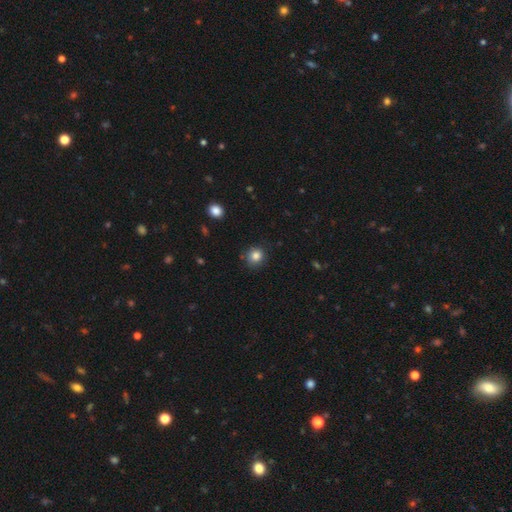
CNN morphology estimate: Smooth or featured: smooth — 84% (star or artifact — 11%)
How rounded: round — 86% (in between — 13%)
Merging: none — 83% (minor disturbance — 12%)